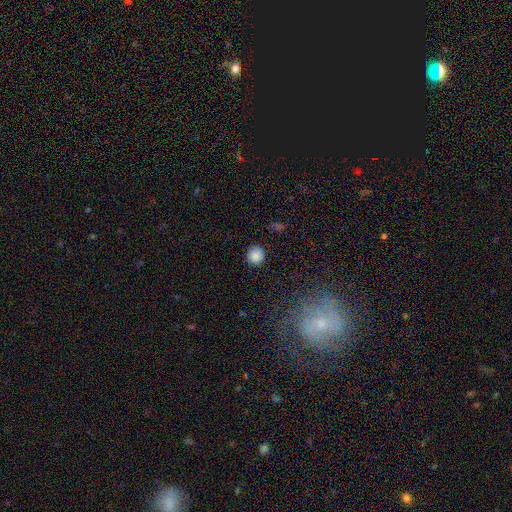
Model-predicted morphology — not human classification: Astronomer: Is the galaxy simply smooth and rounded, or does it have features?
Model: smooth — 86%.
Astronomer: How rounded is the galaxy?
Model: round — 93%.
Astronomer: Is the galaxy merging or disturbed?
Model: none — 88%.